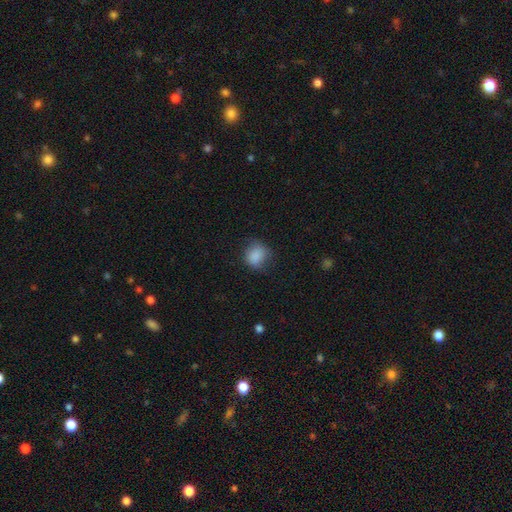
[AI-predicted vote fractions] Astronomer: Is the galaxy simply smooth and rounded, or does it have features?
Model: smooth — 86%.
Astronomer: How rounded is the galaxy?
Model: round — 66%.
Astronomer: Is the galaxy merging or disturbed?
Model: none — 67%.